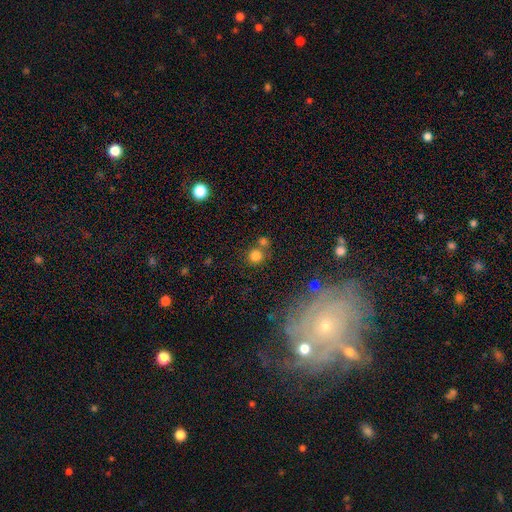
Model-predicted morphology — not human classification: Smooth or featured? smooth (78%)
How rounded? round (90%)
Merging? none (65%)